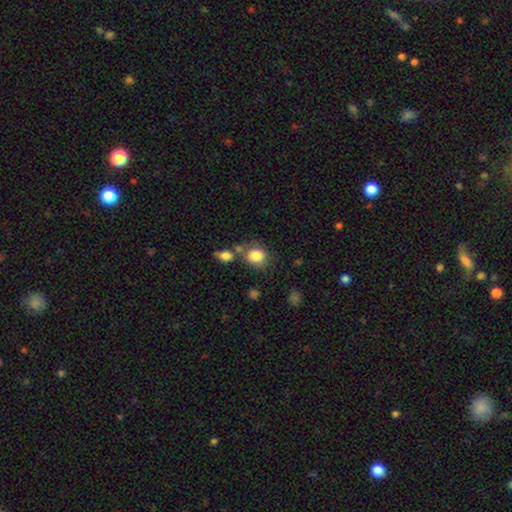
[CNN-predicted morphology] Smooth or featured: smooth — 84% (star or artifact — 9%)
How rounded: round — 71% (in between — 28%)
Merging: none — 63% (merger — 19%)